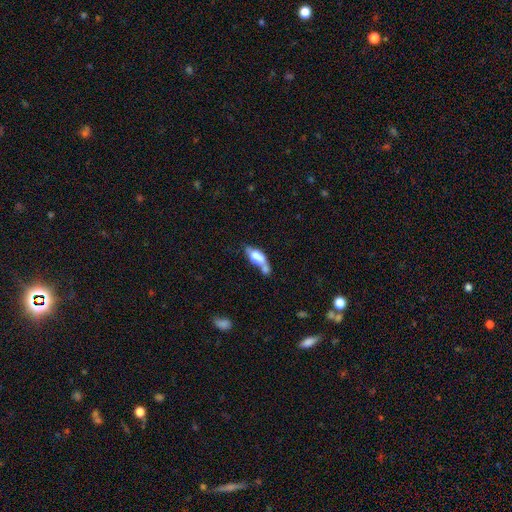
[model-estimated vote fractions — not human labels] Morphology: type=smooth (64%); roundness=in between (78%); merging=merger (51%).